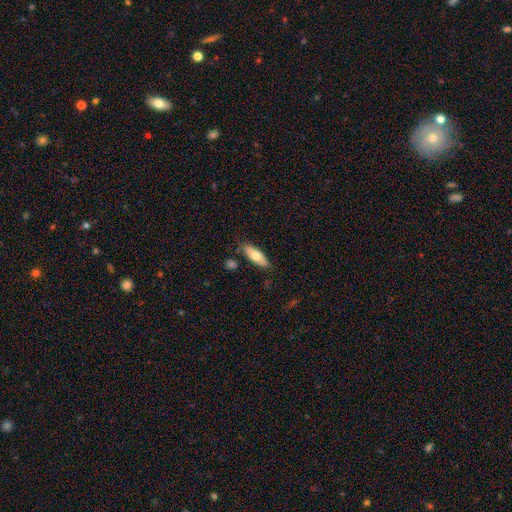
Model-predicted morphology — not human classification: A smooth galaxy with no disk features (69%) that is in between round and cigar-shaped (65%).

Vote fractions:
- Smooth or featured? smooth: 69% / featured or disk: 25% / star or artifact: 6%
- How rounded? in between: 65% / cigar-shaped: 32% / round: 2%
- Merging? none: 80% / minor disturbance: 14% / merger: 3% / major disturbance: 3%